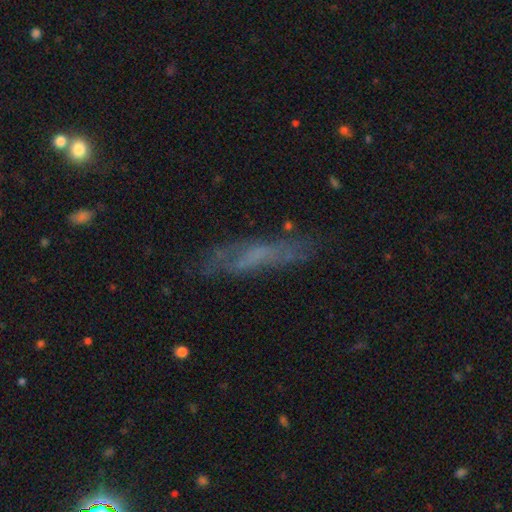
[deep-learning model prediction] The model was most divided on "smooth or featured": featured or disk: 46%, smooth: 43%, star or artifact: 11%. More confident: merging — none (64%).